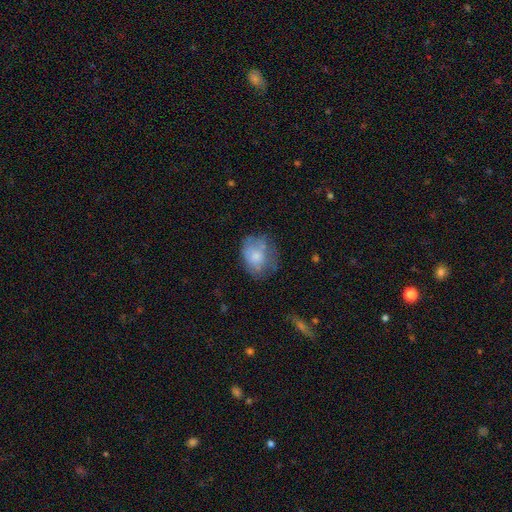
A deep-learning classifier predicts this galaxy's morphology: A smooth galaxy with no disk features (64%) that is in between round and cigar-shaped (54%). Merging: none (52%).